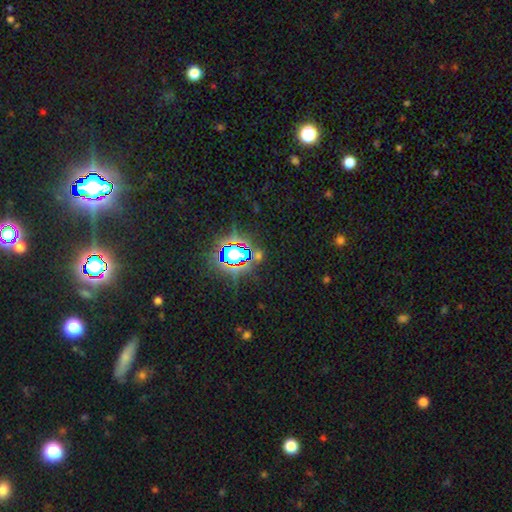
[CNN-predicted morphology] Smooth or featured: star or artifact — 76% (smooth — 16%)